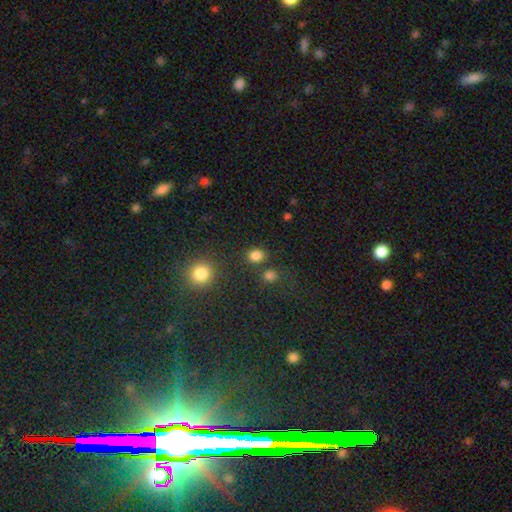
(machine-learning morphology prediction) Smooth or featured?
  - smooth: 83% *
  - star or artifact: 13%
  - featured or disk: 4%
How rounded?
  - round: 62% *
  - in between: 37%
  - cigar-shaped: 1%
Merging?
  - none: 78% *
  - merger: 9%
  - minor disturbance: 9%
  - major disturbance: 4%